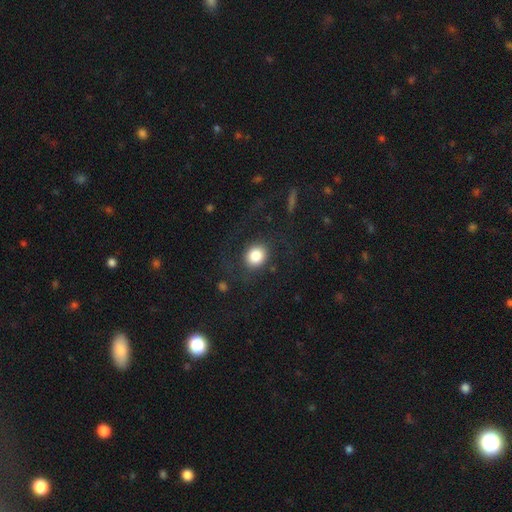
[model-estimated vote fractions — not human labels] Smooth or featured? Predicted: smooth (p=0.82). How rounded? Predicted: round (p=0.77). Merging? Predicted: none (p=0.78).